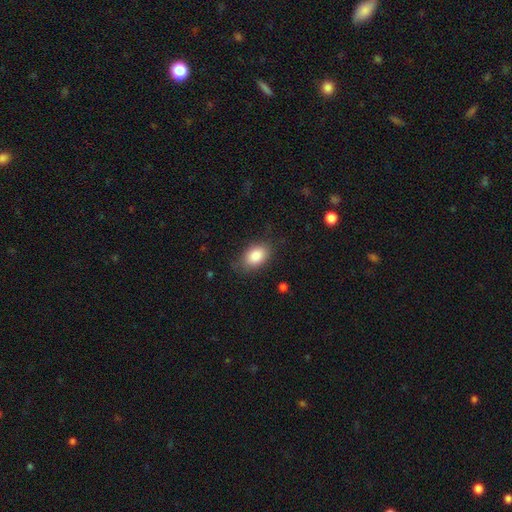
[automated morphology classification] Overall: smooth (86%). How rounded: in between (86%). Merging: none (78%).